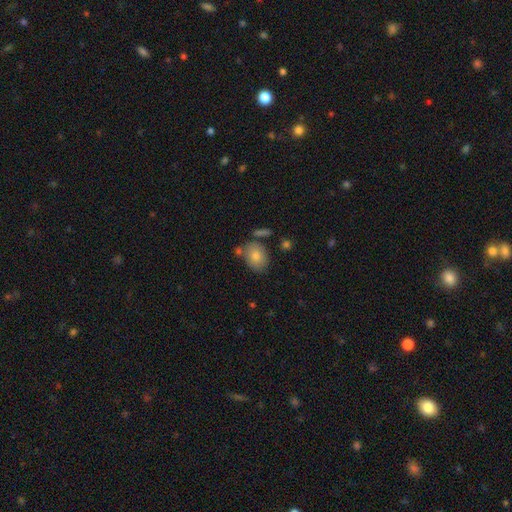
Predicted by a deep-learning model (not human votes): smooth-or-featured: smooth: 80% | featured or disk: 12% | star or artifact: 8%
  how-rounded: in between: 58% | round: 41% | cigar-shaped: 1%
  merging: none: 66% | minor disturbance: 18% | merger: 12% | major disturbance: 5%